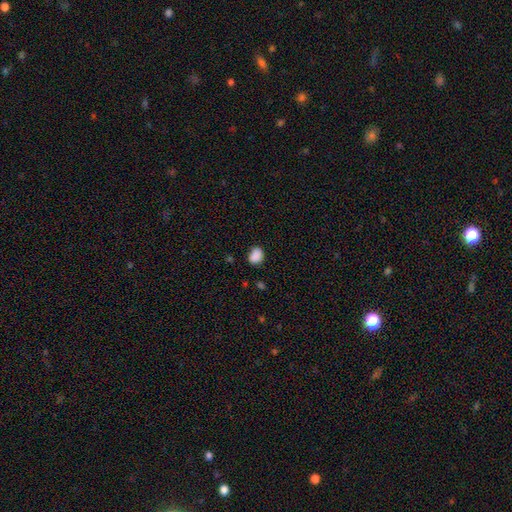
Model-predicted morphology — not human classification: type=smooth (88%); roundness=in between (63%); merging=none (79%).